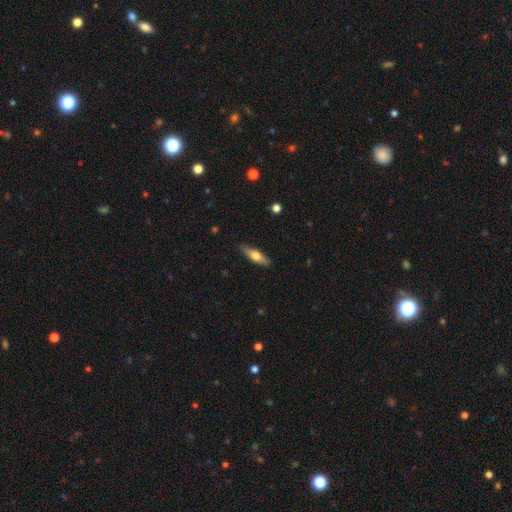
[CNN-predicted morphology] Smooth or featured? smooth (56%)
How rounded? cigar-shaped (59%)
Merging? none (86%)